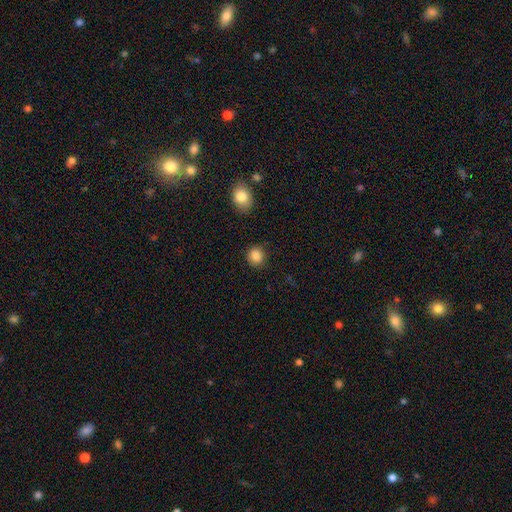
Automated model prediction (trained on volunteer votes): This is clearly a smooth galaxy (87%). How rounded: clearly round (87%). Merging: clearly none (89%).